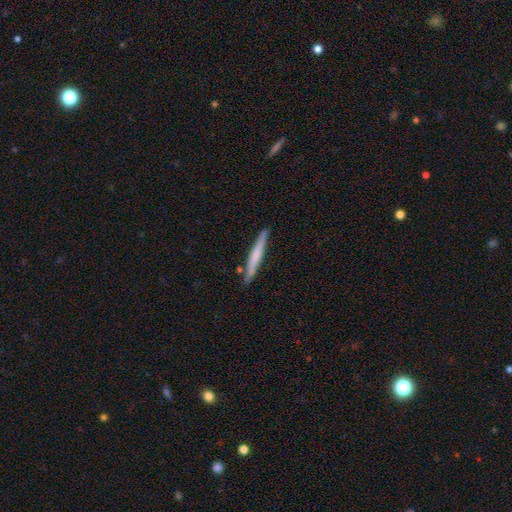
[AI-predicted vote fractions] Smooth or featured?
  - smooth: 54% *
  - featured or disk: 41%
  - star or artifact: 5%
How rounded?
  - cigar-shaped: 96% *
  - in between: 3%
  - round: 1%
Merging?
  - none: 86% *
  - minor disturbance: 10%
  - merger: 3%
  - major disturbance: 2%